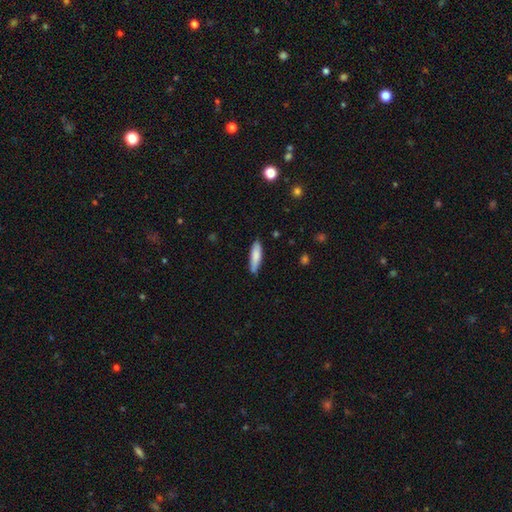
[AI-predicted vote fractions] Smooth or featured: smooth — 80% (featured or disk — 14%)
How rounded: cigar-shaped — 65% (in between — 33%)
Merging: none — 78% (minor disturbance — 17%)